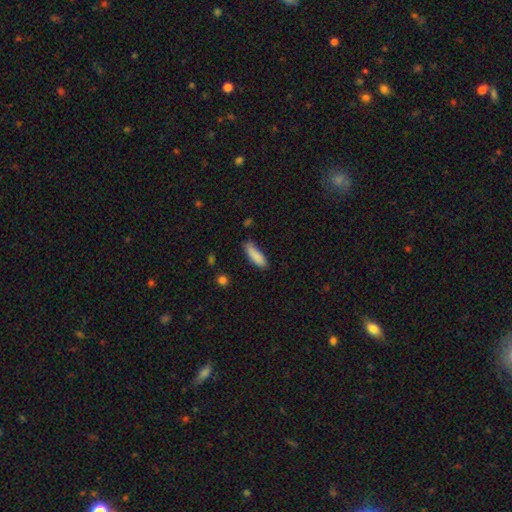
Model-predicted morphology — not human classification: Smooth or featured?
  - smooth: 87% *
  - star or artifact: 7%
  - featured or disk: 6%
How rounded?
  - cigar-shaped: 49% * (tied)
  - in between: 49% * (tied)
  - round: 2%
Merging?
  - none: 71% *
  - minor disturbance: 22%
  - major disturbance: 4%
  - merger: 3%